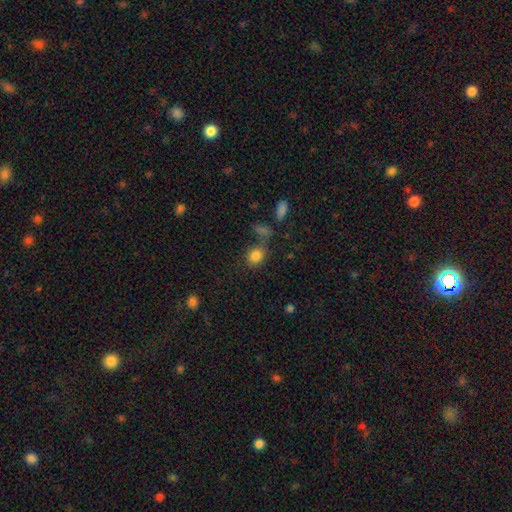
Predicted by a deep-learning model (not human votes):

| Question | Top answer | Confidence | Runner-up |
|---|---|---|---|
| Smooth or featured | smooth | 83% | star or artifact (10%) |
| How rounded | round | 52% | in between (47%) |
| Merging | none | 60% | merger (20%) |